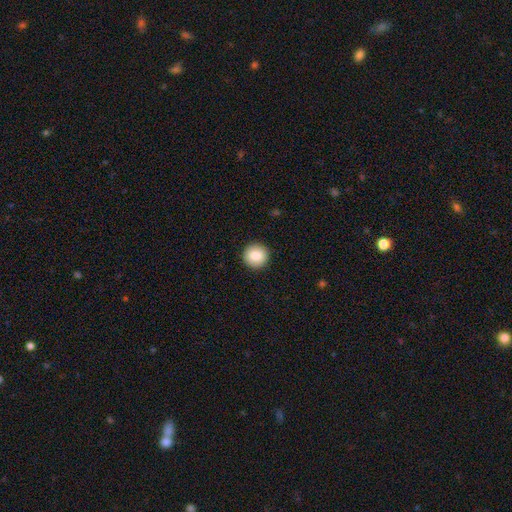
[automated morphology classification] The model was most divided on "smooth or featured": smooth: 86%, star or artifact: 8%, featured or disk: 6%. More confident: how rounded — round (95%); merging — none (93%).